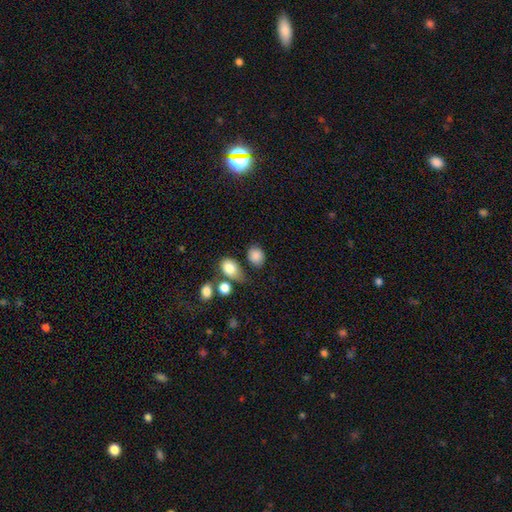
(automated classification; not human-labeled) Smooth or featured? smooth (84%)
How rounded? in between (53%)
Merging? none (59%)